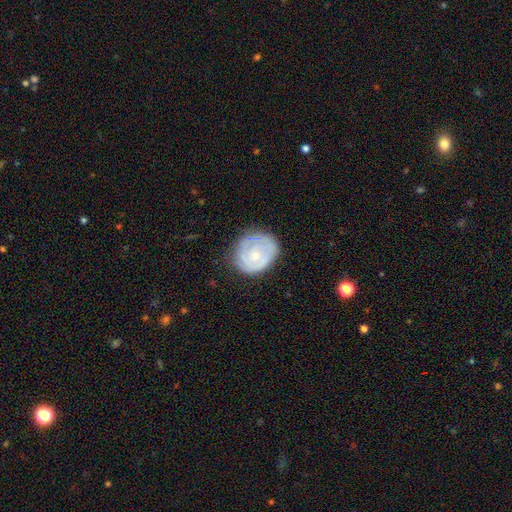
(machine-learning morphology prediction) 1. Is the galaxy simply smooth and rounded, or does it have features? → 63% featured or disk, 31% smooth, 6% star or artifact.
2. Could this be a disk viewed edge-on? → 97% no, 3% yes.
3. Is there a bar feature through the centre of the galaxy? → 82% no, 15% weak, 3% strong.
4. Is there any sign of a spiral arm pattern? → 69% yes, 31% no.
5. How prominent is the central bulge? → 64% small, 31% moderate, 2% none, 2% large, 1% dominant.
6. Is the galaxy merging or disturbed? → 68% none, 23% minor disturbance, 8% major disturbance, 2% merger.